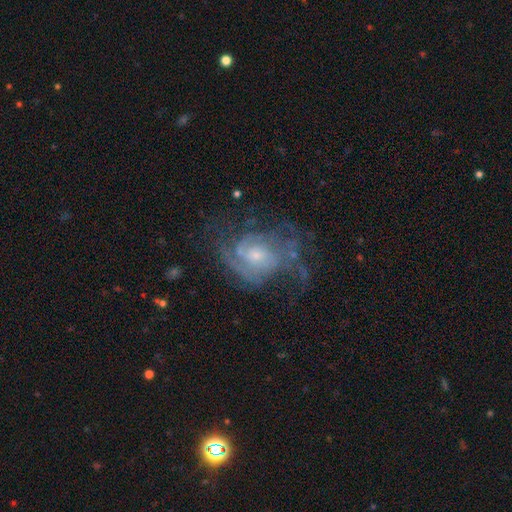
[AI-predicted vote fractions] This appears to be a featured or disk galaxy (81%) with no bar (65%), 2 (34%) medium (42%) spiral arms (89%) and a small central bulge (57%). Merging: none (49%).